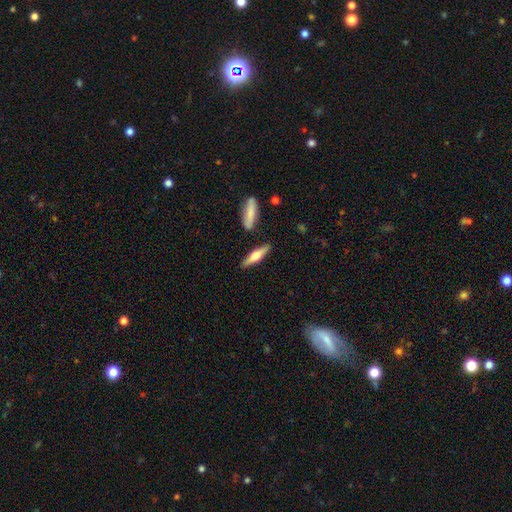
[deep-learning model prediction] This appears to be a featured or disk galaxy (50%). Merging: none (84%).